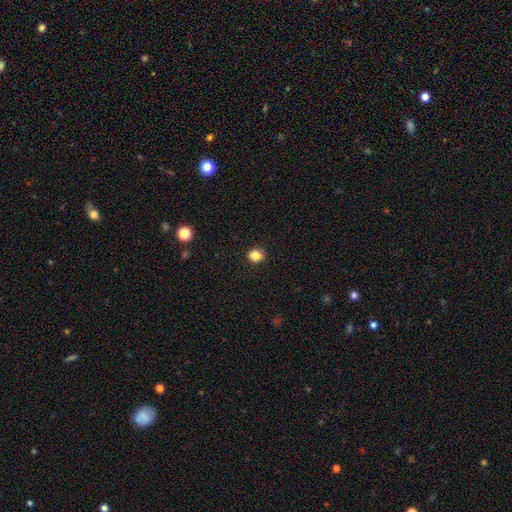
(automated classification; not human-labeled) smooth-or-featured: smooth: 83% | star or artifact: 11% | featured or disk: 6%
  how-rounded: round: 74% | in between: 25% | cigar-shaped: 1%
  merging: none: 89% | minor disturbance: 8% | major disturbance: 2% | merger: 1%